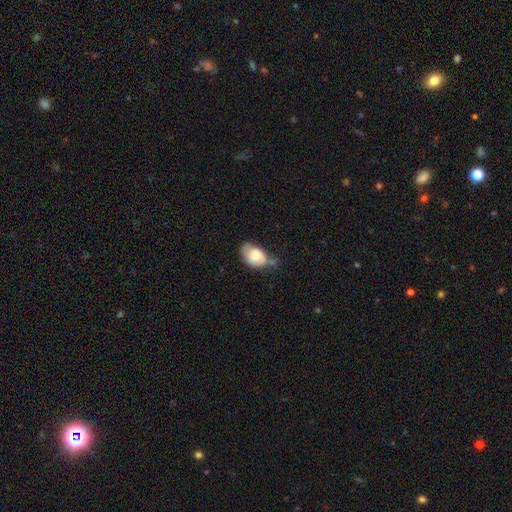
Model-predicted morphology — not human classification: This is likely a smooth galaxy (75%). How rounded: clearly in between (86%). Merging: marginally minor disturbance (43%).